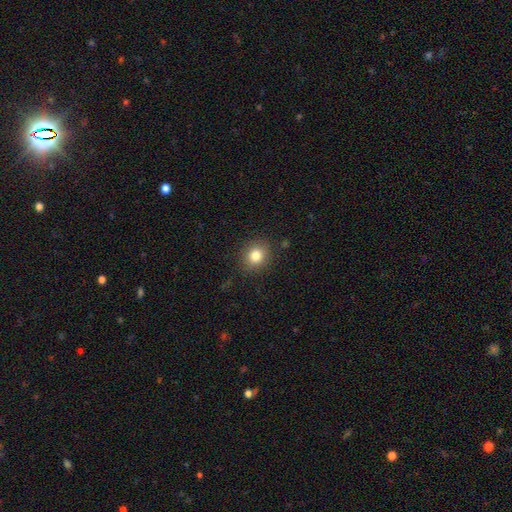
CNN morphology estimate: smooth 82%, star or artifact 11%, featured or disk 7%. Down the decision tree: how rounded — round (76%); merging — none (87%).